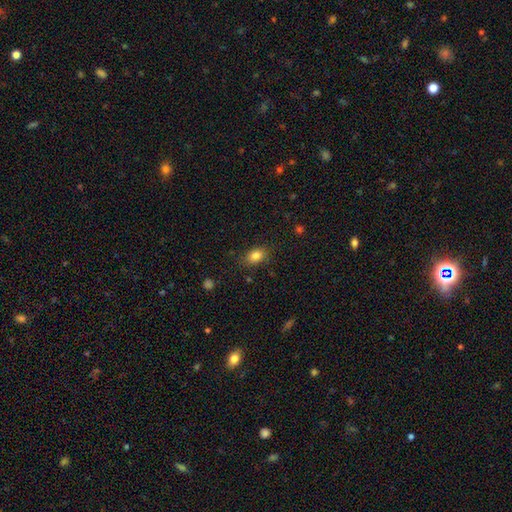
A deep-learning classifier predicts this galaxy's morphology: type=smooth (83%); roundness=in between (78%); merging=none (82%).